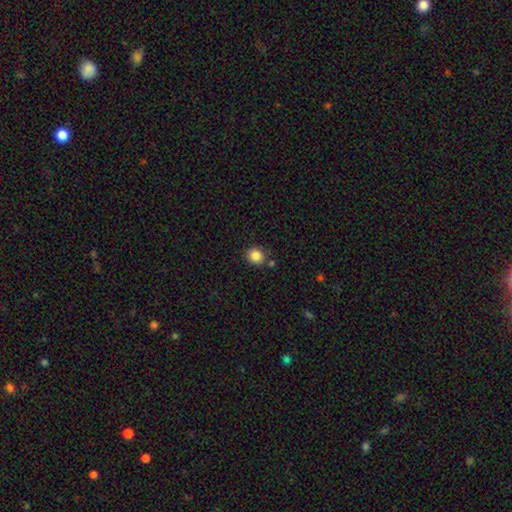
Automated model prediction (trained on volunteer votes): smooth-or-featured: smooth: 86% | star or artifact: 10% | featured or disk: 4%
  how-rounded: round: 84% | in between: 15% | cigar-shaped: 1%
  merging: none: 81% | minor disturbance: 10% | merger: 7% | major disturbance: 3%